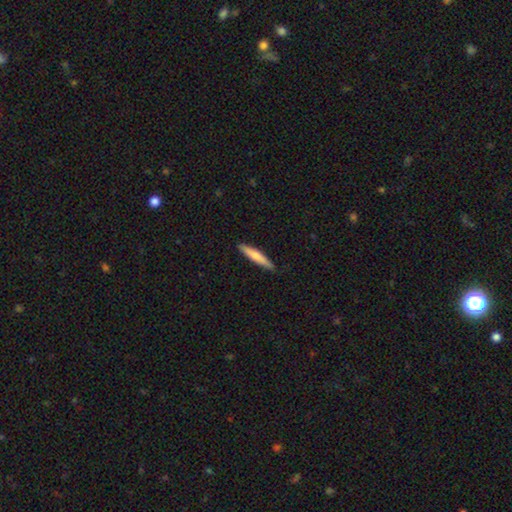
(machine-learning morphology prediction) Smooth or featured?
  - smooth: 69% *
  - featured or disk: 26%
  - star or artifact: 5%
How rounded?
  - cigar-shaped: 91% *
  - in between: 7%
  - round: 1%
Merging?
  - none: 90% *
  - minor disturbance: 8%
  - major disturbance: 1%
  - merger: 1%